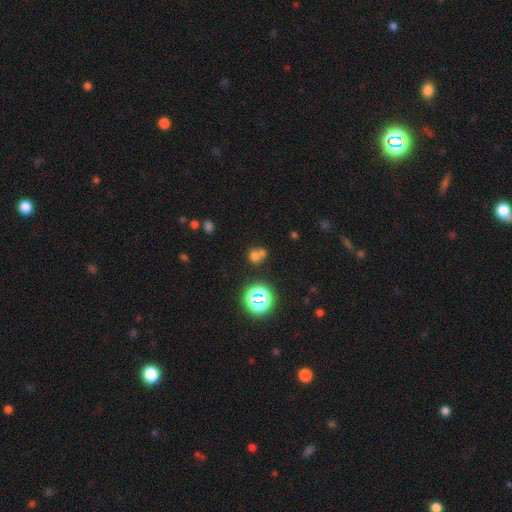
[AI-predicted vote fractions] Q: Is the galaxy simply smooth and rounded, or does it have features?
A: smooth — 62%.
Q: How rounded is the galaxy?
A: round — 79%.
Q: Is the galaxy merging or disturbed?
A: merger — 47%.